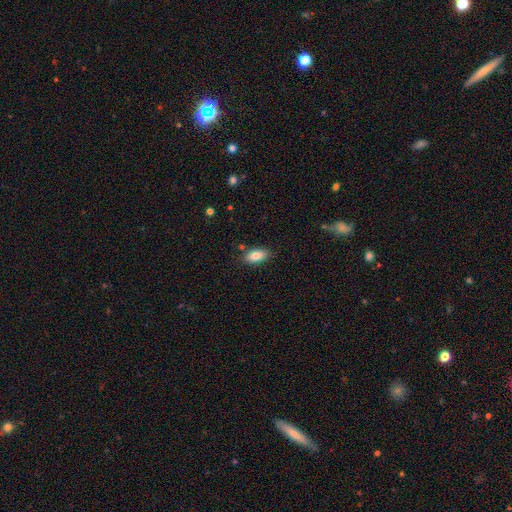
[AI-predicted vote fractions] Smooth or featured: smooth — 85% (featured or disk — 8%)
How rounded: in between — 89% (cigar-shaped — 7%)
Merging: none — 83% (minor disturbance — 12%)